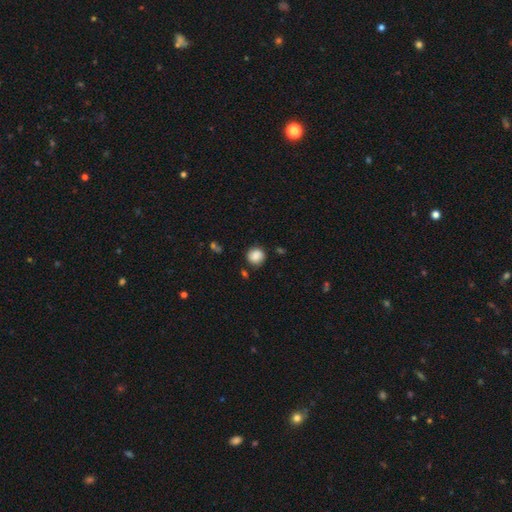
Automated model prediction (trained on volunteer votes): This appears to be a smooth galaxy with no disk features (86%) that is round (88%). Merging: none (81%).